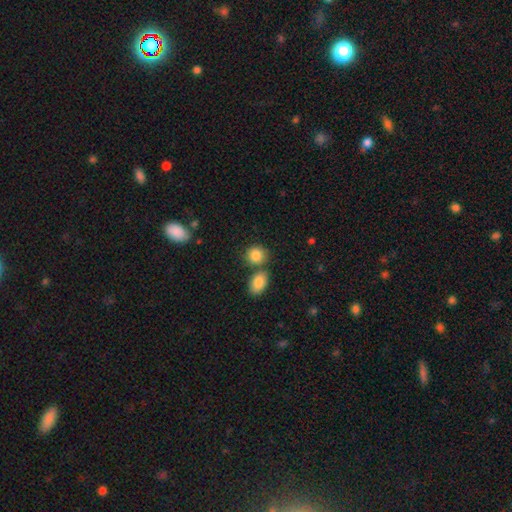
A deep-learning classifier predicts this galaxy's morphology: Q: Smooth or featured?
A: smooth (86%); runner-up: star or artifact (8%)
Q: How rounded?
A: round (64%); runner-up: in between (35%)
Q: Merging?
A: none (59%); runner-up: merger (28%)